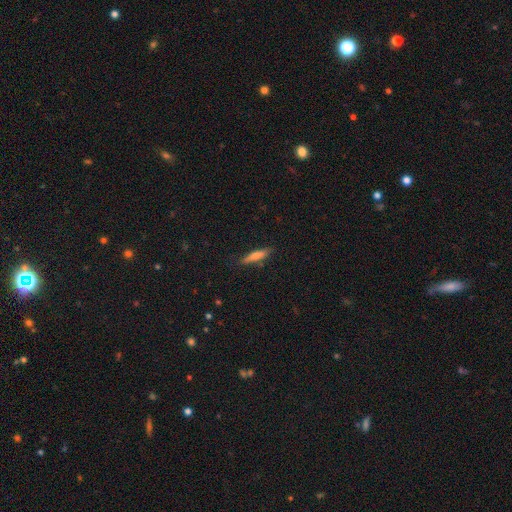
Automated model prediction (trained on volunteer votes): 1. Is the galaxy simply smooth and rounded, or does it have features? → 60% smooth, 33% featured or disk, 8% star or artifact.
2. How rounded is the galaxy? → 86% cigar-shaped, 12% in between, 2% round.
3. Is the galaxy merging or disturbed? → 85% none, 11% minor disturbance, 2% major disturbance, 2% merger.